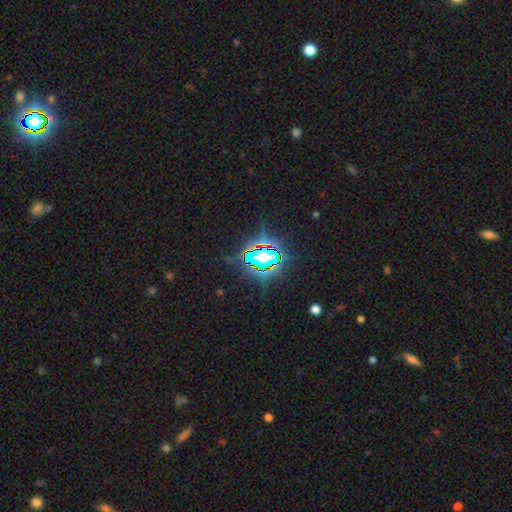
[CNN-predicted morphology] Q: Smooth or featured?
A: star or artifact (80%); runner-up: smooth (12%)